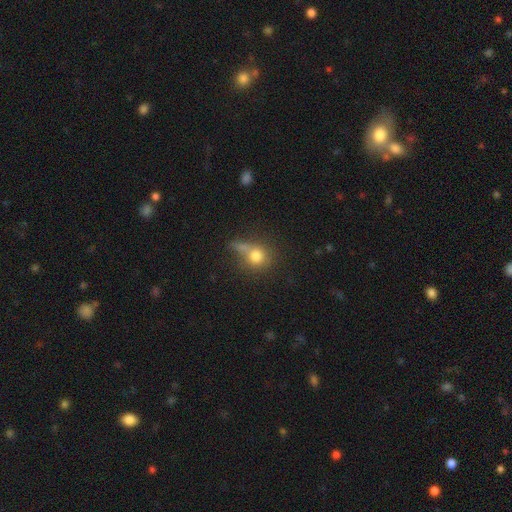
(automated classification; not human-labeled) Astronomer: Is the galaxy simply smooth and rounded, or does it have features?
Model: smooth — 75%.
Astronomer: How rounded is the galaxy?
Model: round — 81%.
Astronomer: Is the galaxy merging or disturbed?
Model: none — 43% (runner-up: merger, 24%).